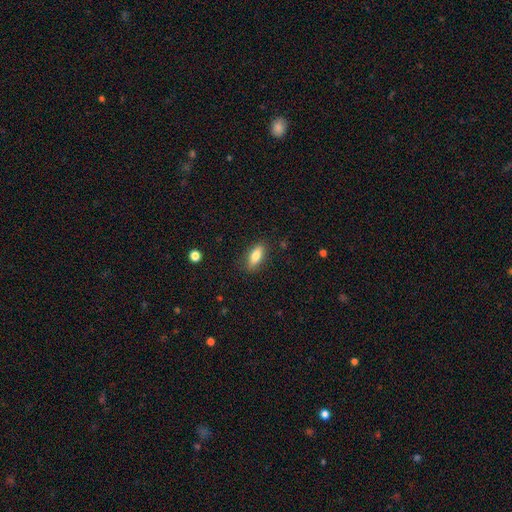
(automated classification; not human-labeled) Smooth or featured: smooth — 79% (featured or disk — 14%)
How rounded: in between — 74% (cigar-shaped — 24%)
Merging: none — 85% (minor disturbance — 11%)